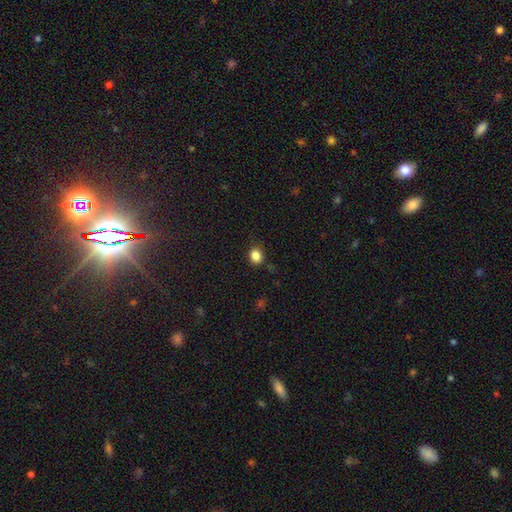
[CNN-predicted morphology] A smooth galaxy with no disk features (85%) that is round (61%). Merging: none (82%).